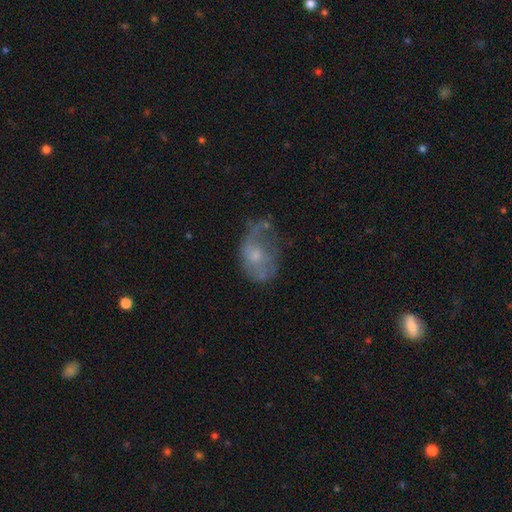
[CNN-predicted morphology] The model was most divided on "merging": none: 36%, major disturbance: 32%, minor disturbance: 27%, merger: 4%. More confident: edge-on disk — no (96%); bar — no (76%); spiral arms — yes (59%); smooth or featured — featured or disk (58%); bulge size — small (51%).